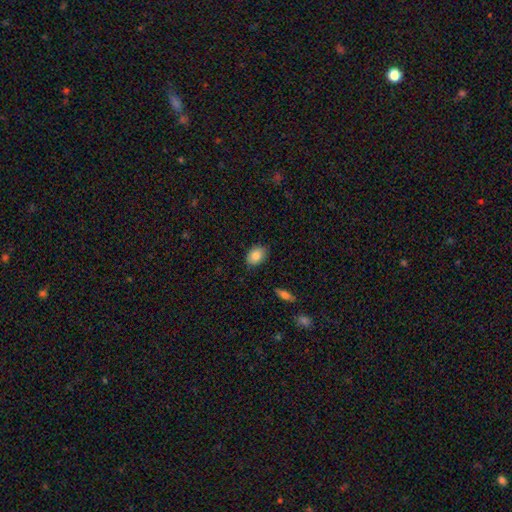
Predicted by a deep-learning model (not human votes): Overall: smooth (85%). How rounded: in between (77%). Merging: none (85%).